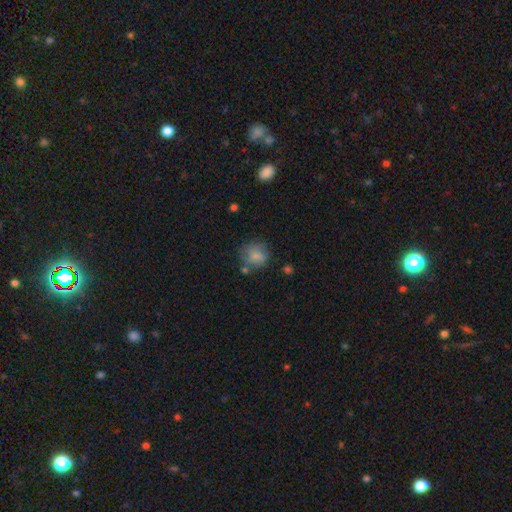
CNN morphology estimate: The model was most divided on "merging": none: 65%, minor disturbance: 21%, major disturbance: 8%, merger: 7%. More confident: how rounded — round (81%); smooth or featured — smooth (79%).